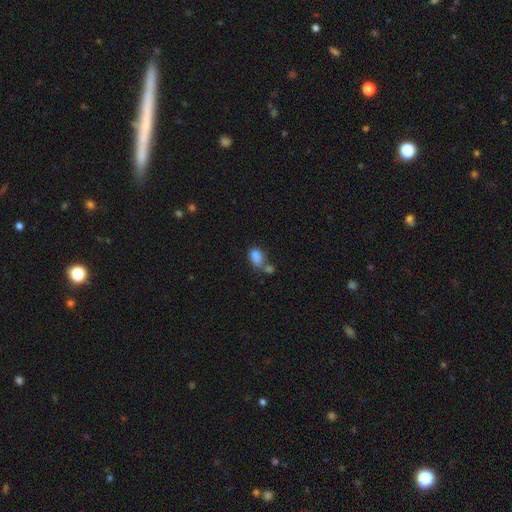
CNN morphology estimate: smooth 80%, star or artifact 10%, featured or disk 9%. Down the decision tree: how rounded — in between (74%); merging — merger (43%).